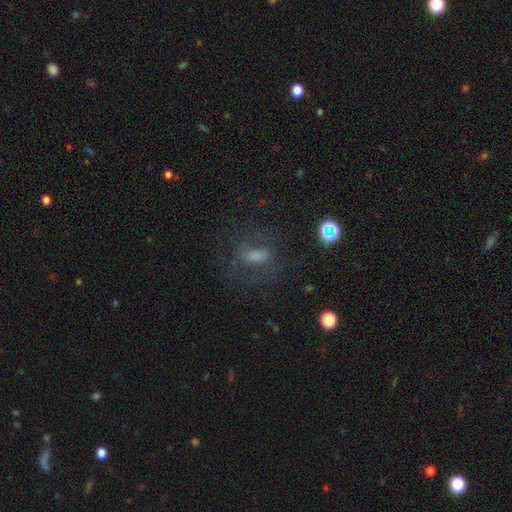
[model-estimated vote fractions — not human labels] This appears to be a smooth galaxy with no disk features (40%). Merging: none (62%).